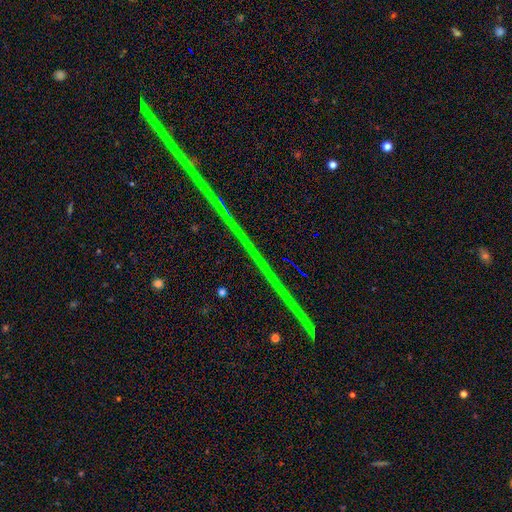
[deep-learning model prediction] Smooth or featured: star or artifact — 87% (featured or disk — 8%)